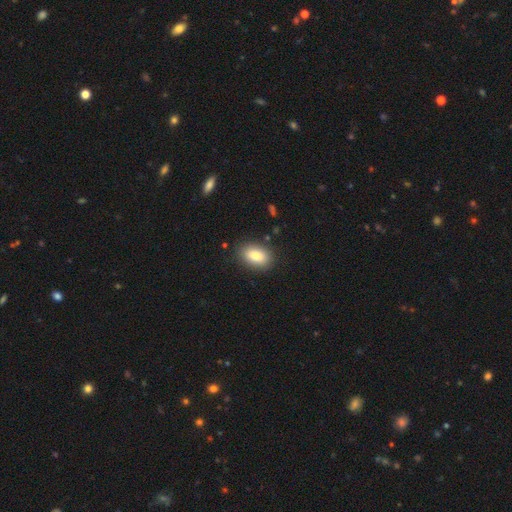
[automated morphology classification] smooth-or-featured: smooth: 83% | featured or disk: 9% | star or artifact: 8%
  how-rounded: in between: 87% | round: 11% | cigar-shaped: 2%
  merging: none: 86% | minor disturbance: 10% | major disturbance: 3% | merger: 1%